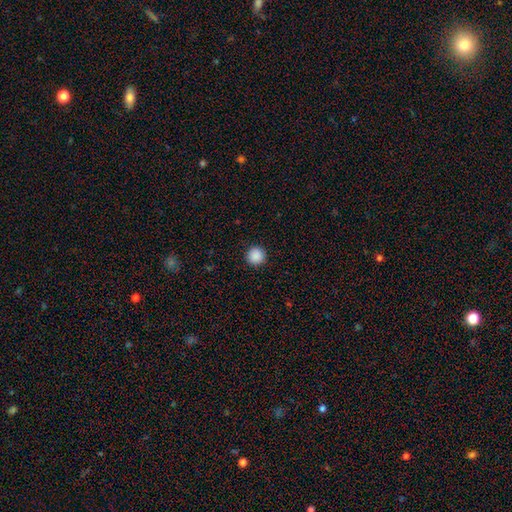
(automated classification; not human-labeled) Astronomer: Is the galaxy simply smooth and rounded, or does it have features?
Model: smooth — 89%.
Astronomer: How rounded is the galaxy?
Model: round — 96%.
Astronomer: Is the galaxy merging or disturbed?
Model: none — 92%.